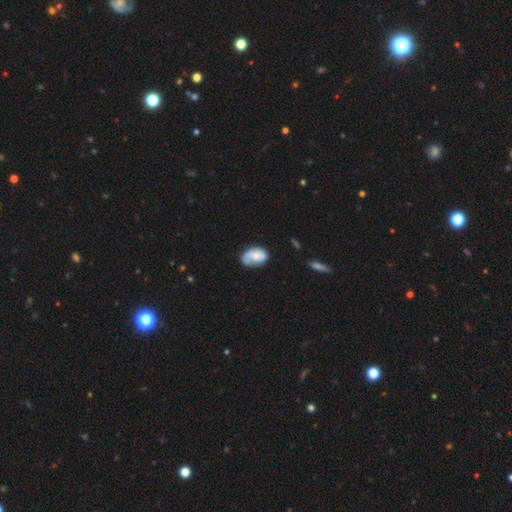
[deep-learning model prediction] Smooth or featured: featured or disk — 53% (smooth — 40%)
Edge-on disk: no — 97% (yes — 3%)
Bar: no — 69% (weak — 27%)
Spiral arms: yes — 86% (no — 14%)
Bulge size: moderate — 45% (small — 41%)
Merging: none — 64% (minor disturbance — 26%)